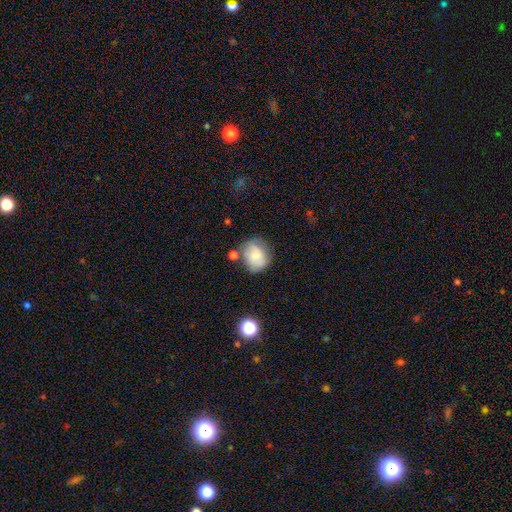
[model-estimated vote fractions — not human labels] Smooth or featured: smooth — 68% (featured or disk — 23%)
How rounded: round — 68% (in between — 31%)
Merging: none — 58% (minor disturbance — 24%)